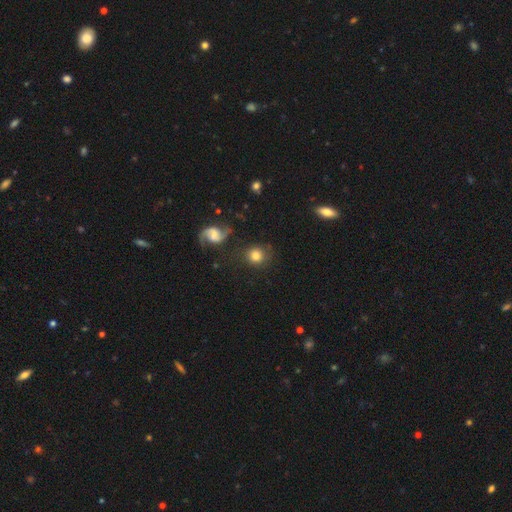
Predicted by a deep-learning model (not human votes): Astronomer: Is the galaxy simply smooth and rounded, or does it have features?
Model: smooth — 73%.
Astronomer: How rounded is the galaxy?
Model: round — 88%.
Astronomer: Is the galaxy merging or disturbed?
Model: none — 76%.